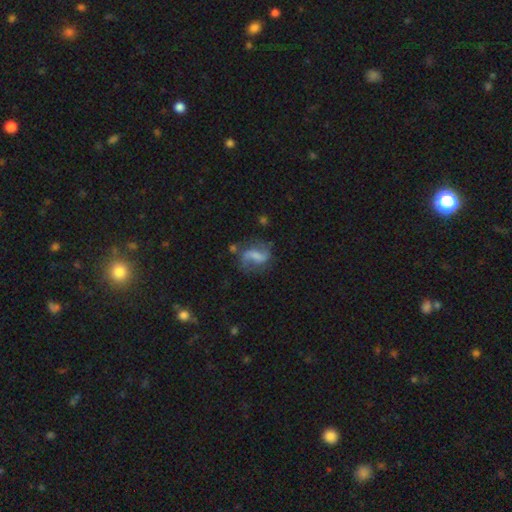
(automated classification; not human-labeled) Overall: featured or disk (65%; smooth 26%). Edge-on disk: no (96%). Bar: weak (43%; strong 32%). Spiral arms: yes (86%). Spiral arm count: 2 (85%). Spiral winding: loose (59%; medium 32%). Bulge size: small (31%, tied with none). Merging: none (55%; minor disturbance 22%).